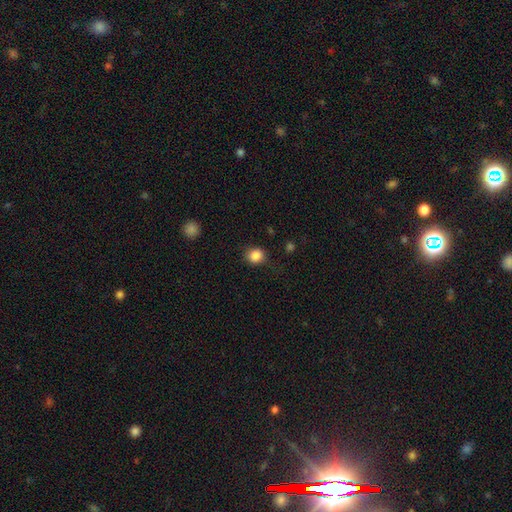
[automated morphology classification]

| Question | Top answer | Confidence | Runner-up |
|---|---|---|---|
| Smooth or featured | smooth | 85% | star or artifact (11%) |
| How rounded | round | 78% | in between (21%) |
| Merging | none | 77% | minor disturbance (16%) |